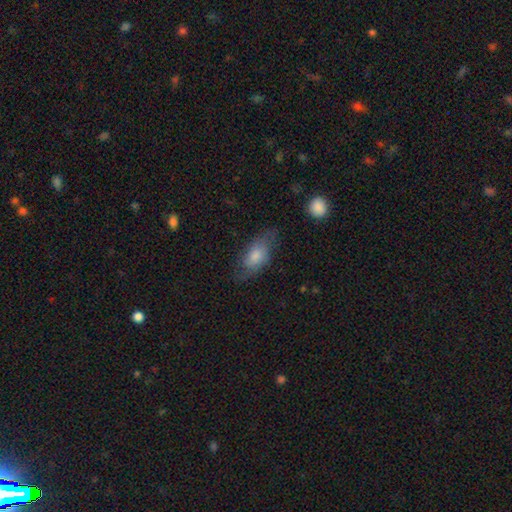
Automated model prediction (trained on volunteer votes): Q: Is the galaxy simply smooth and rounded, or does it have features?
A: smooth — 62%.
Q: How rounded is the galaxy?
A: in between — 82%.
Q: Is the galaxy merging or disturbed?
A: none — 66%.